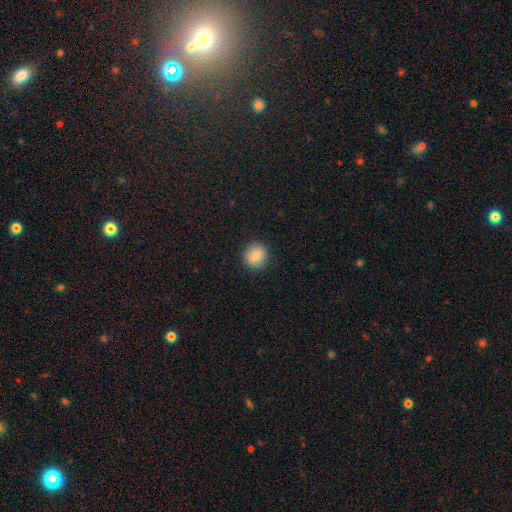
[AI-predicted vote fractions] This is clearly a smooth galaxy (86%). How rounded: clearly round (85%). Merging: clearly none (90%).